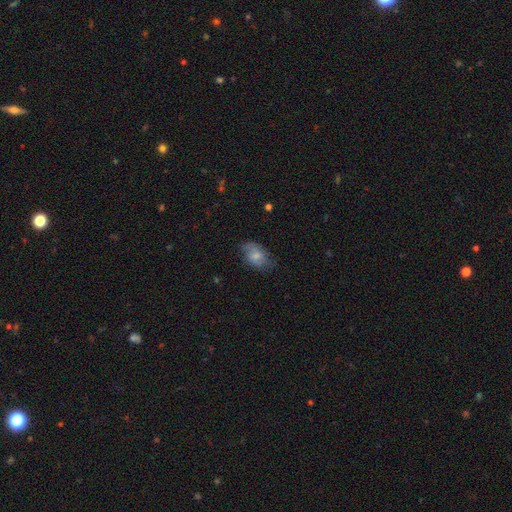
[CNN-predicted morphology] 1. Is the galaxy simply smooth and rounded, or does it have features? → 55% smooth, 37% featured or disk, 8% star or artifact.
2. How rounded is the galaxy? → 87% in between, 11% round, 2% cigar-shaped.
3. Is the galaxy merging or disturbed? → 62% none, 26% minor disturbance, 11% major disturbance, 1% merger.